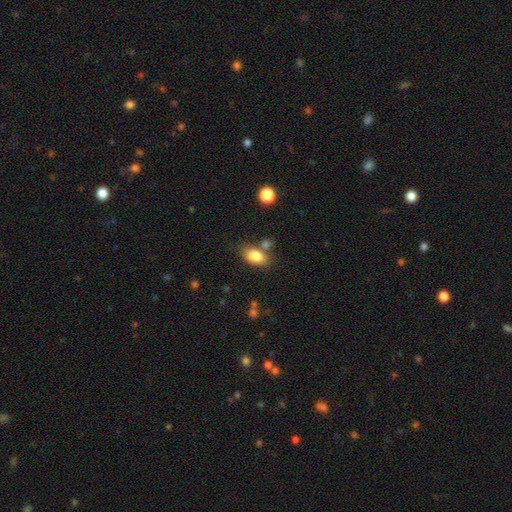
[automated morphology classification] type=smooth (82%); roundness=in between (88%); merging=none (64%).